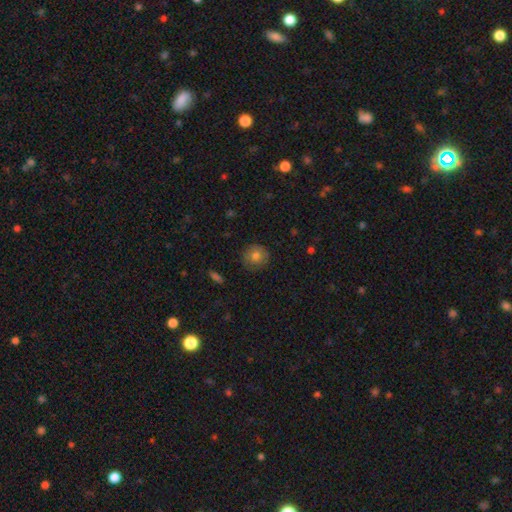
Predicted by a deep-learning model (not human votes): A smooth galaxy with no disk features (78%) that is round (92%).

Vote fractions:
- Smooth or featured? smooth: 78% / featured or disk: 12% / star or artifact: 10%
- How rounded? round: 92% / in between: 7% / cigar-shaped: 1%
- Merging? none: 86% / minor disturbance: 11% / major disturbance: 2% / merger: 1%